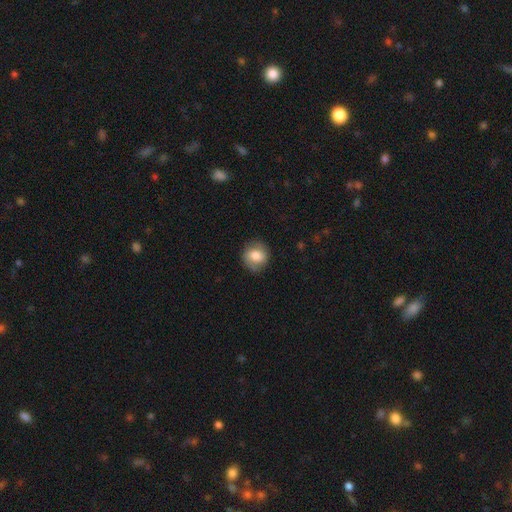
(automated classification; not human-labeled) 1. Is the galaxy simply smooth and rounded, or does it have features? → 73% smooth, 19% featured or disk, 8% star or artifact.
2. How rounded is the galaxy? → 77% round, 22% in between, 1% cigar-shaped.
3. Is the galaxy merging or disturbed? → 82% none, 13% minor disturbance, 4% major disturbance, 1% merger.